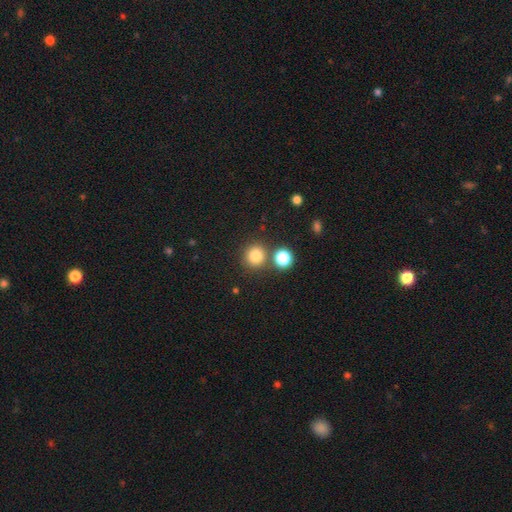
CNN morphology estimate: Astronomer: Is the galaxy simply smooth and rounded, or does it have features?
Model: smooth — 80%.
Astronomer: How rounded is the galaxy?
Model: round — 91%.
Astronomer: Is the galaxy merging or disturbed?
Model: none — 77%.